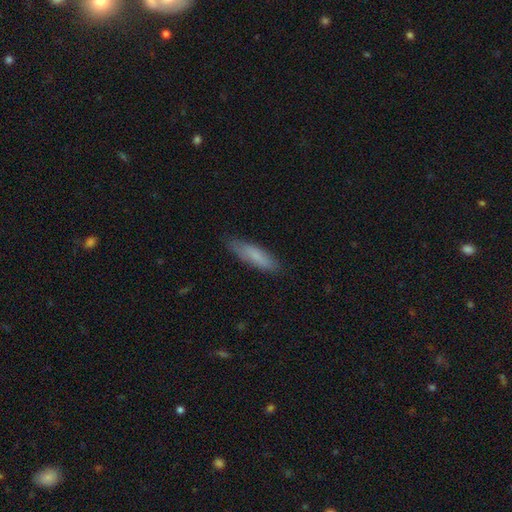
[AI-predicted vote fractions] The model was most divided on "how rounded": cigar-shaped: 69%, in between: 29%, round: 1%. More confident: merging — none (82%); smooth or featured — smooth (79%).